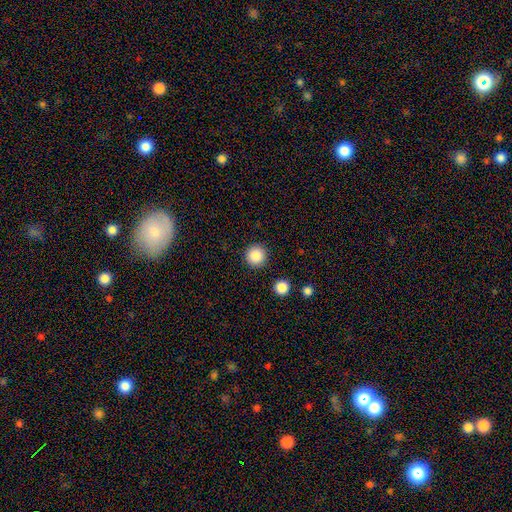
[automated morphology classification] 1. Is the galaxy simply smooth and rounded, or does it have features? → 87% smooth, 9% star or artifact, 4% featured or disk.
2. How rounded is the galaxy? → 96% round, 3% in between, 1% cigar-shaped.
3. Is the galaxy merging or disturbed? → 92% none, 5% minor disturbance, 2% major disturbance, 2% merger.